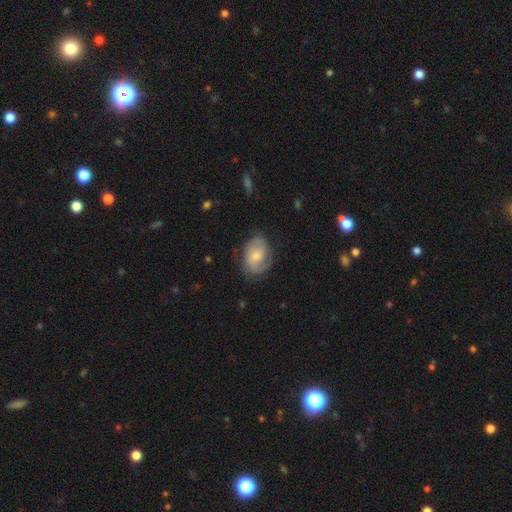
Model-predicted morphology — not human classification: This is possibly a featured or disk galaxy (54%). It is clearly not viewed edge-on (96%). Bar: likely no (64%). Spiral arm pattern: clearly yes (82%). Central bulge: possibly small (50%). Merging: likely none (66%).